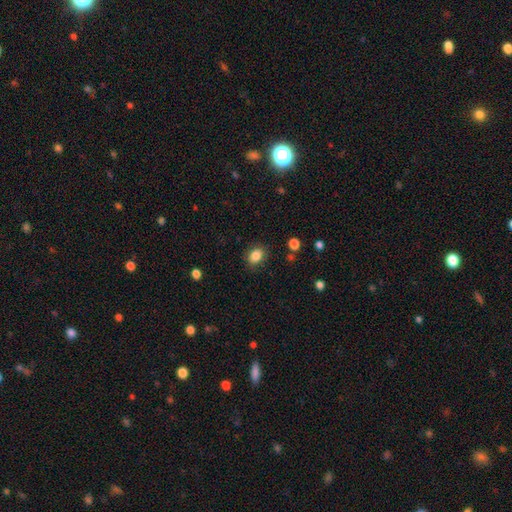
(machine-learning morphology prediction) This is clearly a smooth galaxy (85%). How rounded: possibly in between (59%). Merging: clearly none (85%).